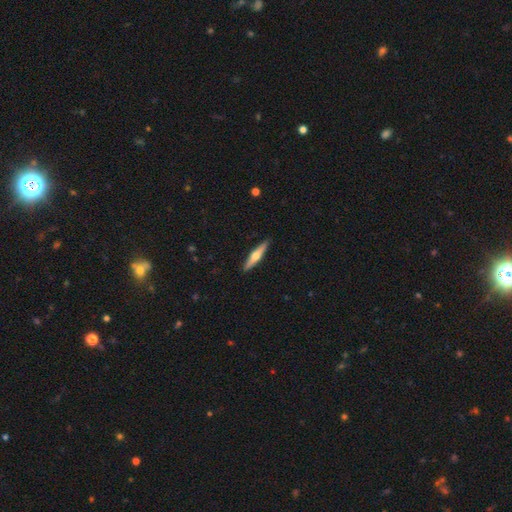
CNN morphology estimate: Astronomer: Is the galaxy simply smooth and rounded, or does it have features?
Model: featured or disk — 55% (runner-up: smooth, 40%).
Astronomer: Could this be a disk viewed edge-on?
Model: yes — 95%.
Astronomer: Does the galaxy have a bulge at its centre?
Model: rounded — 92%.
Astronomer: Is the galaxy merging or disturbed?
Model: none — 91%.